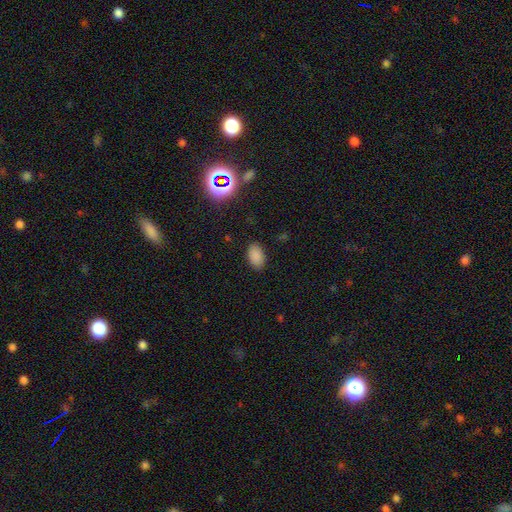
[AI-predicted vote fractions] Morphology: type=smooth (85%); roundness=in between (92%); merging=none (86%).